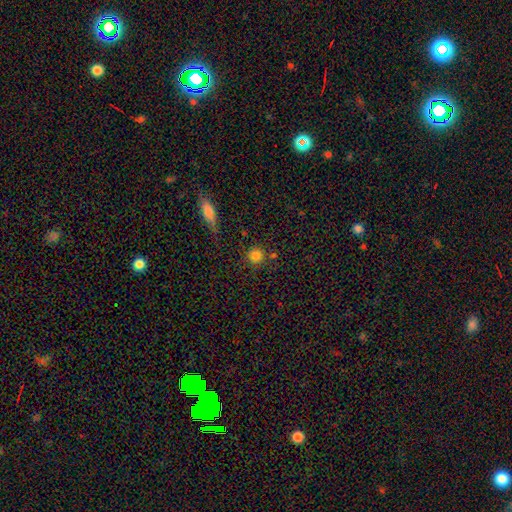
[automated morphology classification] The model was most divided on "smooth or featured": smooth: 80%, star or artifact: 13%, featured or disk: 6%. More confident: how rounded — round (92%); merging — none (78%).